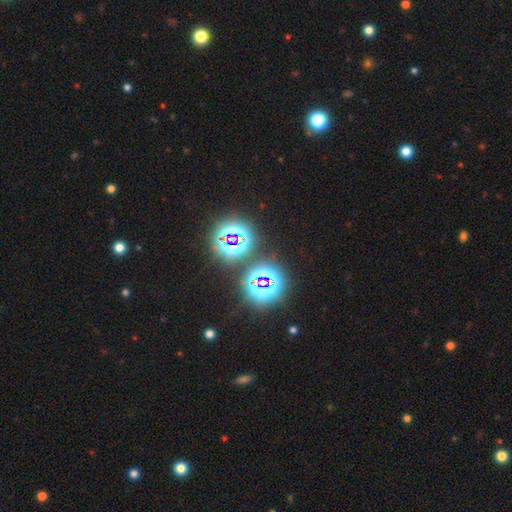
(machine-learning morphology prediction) smooth_or_featured: star or artifact (p=0.78) [alt: smooth p=0.14]